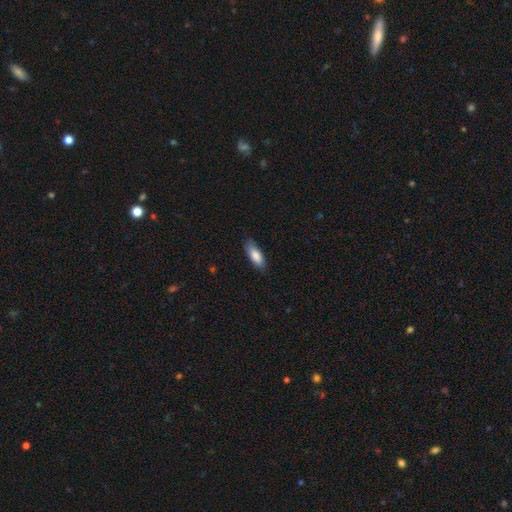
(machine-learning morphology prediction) Smooth or featured?
  - smooth: 85% *
  - featured or disk: 9%
  - star or artifact: 6%
How rounded?
  - in between: 71% *
  - cigar-shaped: 27%
  - round: 2%
Merging?
  - none: 80% *
  - minor disturbance: 16%
  - major disturbance: 3%
  - merger: 1%